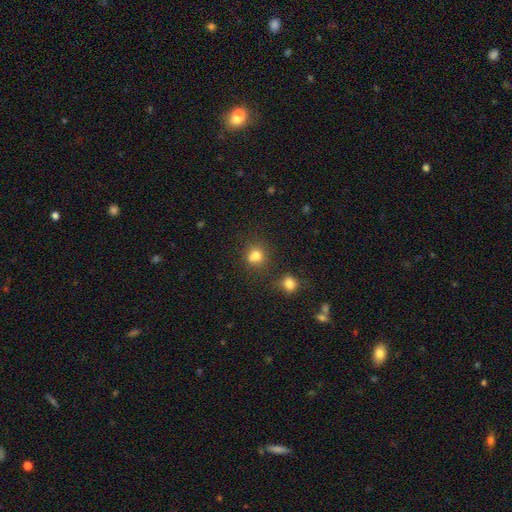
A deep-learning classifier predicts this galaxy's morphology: Smooth or featured: smooth — 78% (star or artifact — 14%)
How rounded: round — 80% (in between — 19%)
Merging: none — 57% (merger — 26%)